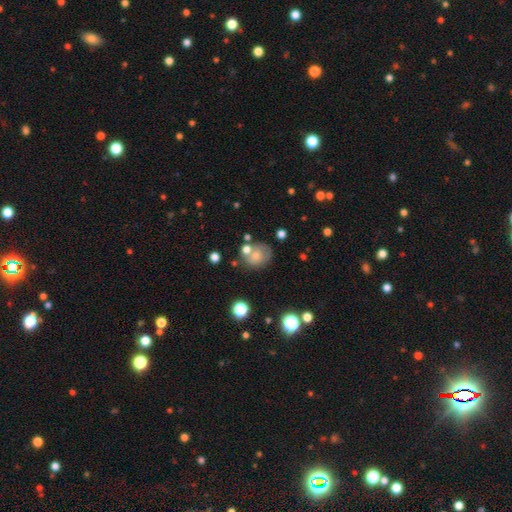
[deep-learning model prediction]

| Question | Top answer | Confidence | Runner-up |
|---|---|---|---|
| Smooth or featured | smooth | 63% | featured or disk (24%) |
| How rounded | round | 63% | in between (36%) |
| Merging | none | 51% | minor disturbance (21%) |